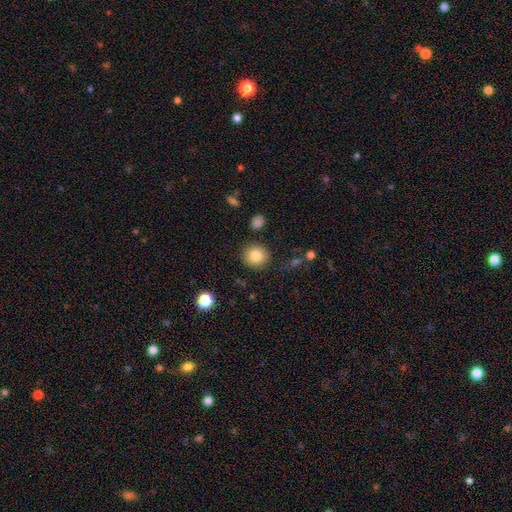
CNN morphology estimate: Smooth or featured?
  - smooth: 83% *
  - star or artifact: 10%
  - featured or disk: 8%
How rounded?
  - round: 90% *
  - in between: 9%
  - cigar-shaped: 1%
Merging?
  - none: 88% *
  - minor disturbance: 7%
  - major disturbance: 3%
  - merger: 2%